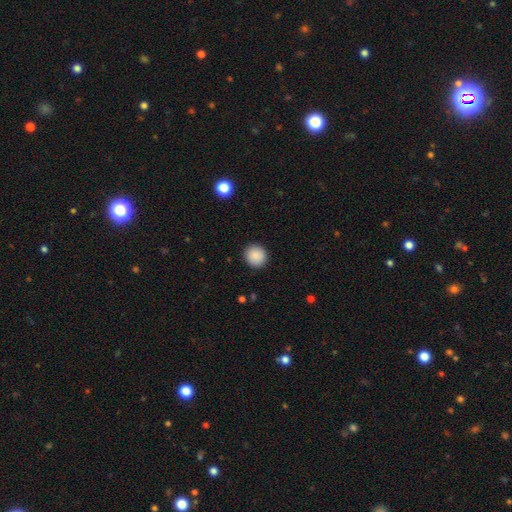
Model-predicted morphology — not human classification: smooth_or_featured: smooth (p=0.89) [alt: star or artifact p=0.08]
how_rounded: round (p=0.92) [alt: in between p=0.07]
merging: none (p=0.92) [alt: minor disturbance p=0.05]